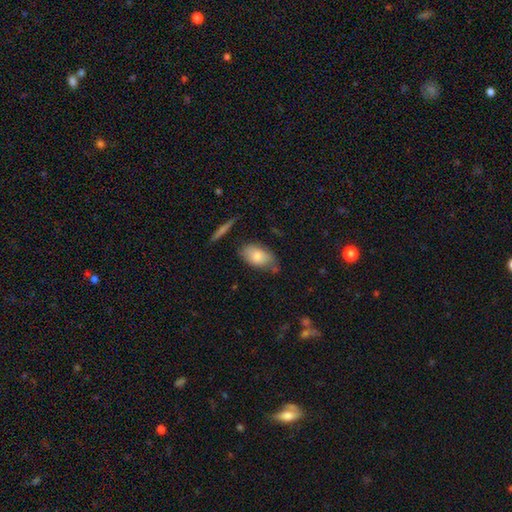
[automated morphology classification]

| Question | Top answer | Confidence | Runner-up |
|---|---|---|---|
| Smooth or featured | smooth | 78% | featured or disk (15%) |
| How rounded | in between | 91% | round (5%) |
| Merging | none | 62% | minor disturbance (27%) |